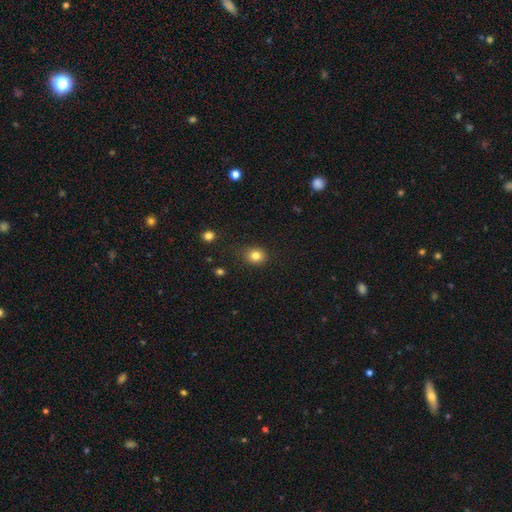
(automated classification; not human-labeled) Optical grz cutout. It shows a smooth galaxy with no disk features (82%) that is round (70%). Merging: none (83%).